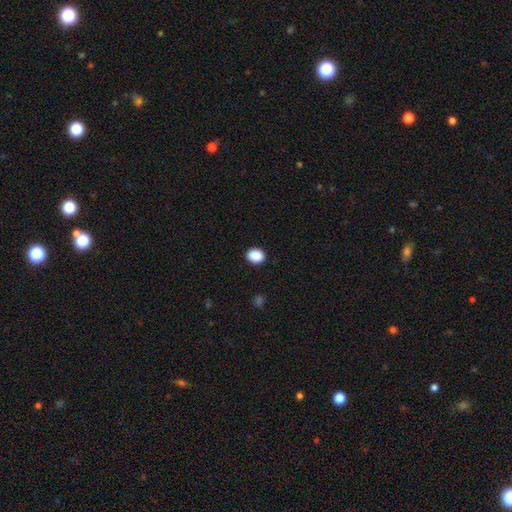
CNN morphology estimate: Smooth or featured?
  - smooth: 89% *
  - star or artifact: 8%
  - featured or disk: 2%
How rounded?
  - round: 53% *
  - in between: 46%
  - cigar-shaped: 1%
Merging?
  - none: 90% *
  - minor disturbance: 7%
  - major disturbance: 2%
  - merger: 1%